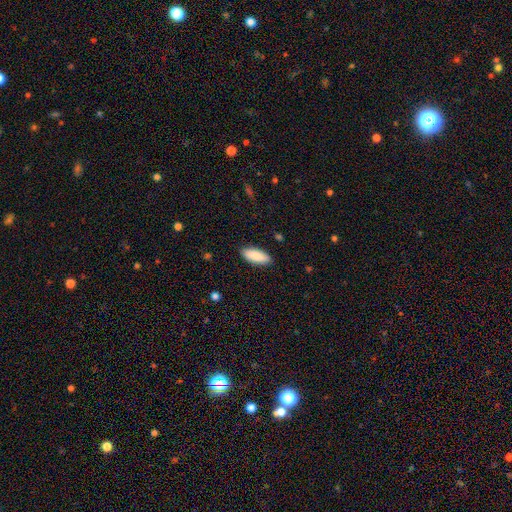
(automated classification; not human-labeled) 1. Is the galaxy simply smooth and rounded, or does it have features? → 86% smooth, 8% featured or disk, 6% star or artifact.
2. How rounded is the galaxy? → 82% in between, 16% cigar-shaped, 2% round.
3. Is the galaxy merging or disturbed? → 88% none, 9% minor disturbance, 2% major disturbance, 1% merger.